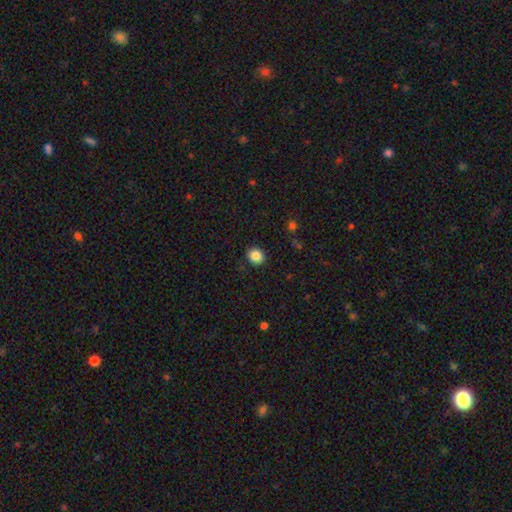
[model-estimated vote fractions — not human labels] smooth-or-featured: smooth: 86% | star or artifact: 10% | featured or disk: 4%
  how-rounded: round: 78% | in between: 21% | cigar-shaped: 1%
  merging: none: 91% | minor disturbance: 6% | major disturbance: 2% | merger: 1%